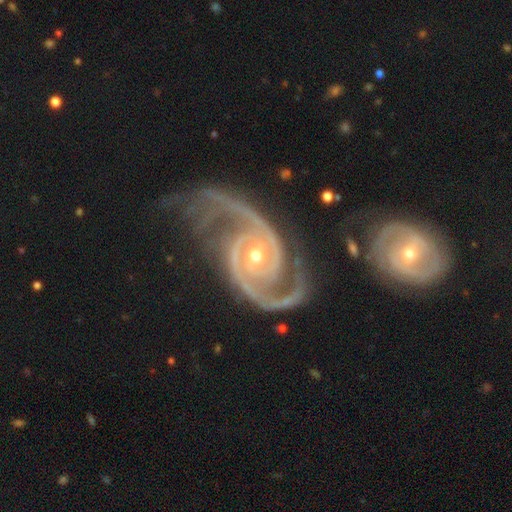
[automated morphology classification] Q: Smooth or featured?
A: featured or disk (94%); runner-up: star or artifact (4%)
Q: Edge-on disk?
A: no (98%); runner-up: yes (2%)
Q: Bar?
A: no (54%); runner-up: weak (28%)
Q: Spiral arms?
A: yes (99%); runner-up: no (1%)
Q: Spiral winding?
A: medium (52%); runner-up: tight (34%)
Q: Spiral arm count?
A: 2 (87%); runner-up: 3 (4%)
Q: Bulge size?
A: small (51%); runner-up: moderate (46%)
Q: Merging?
A: none (47%); runner-up: minor disturbance (22%)